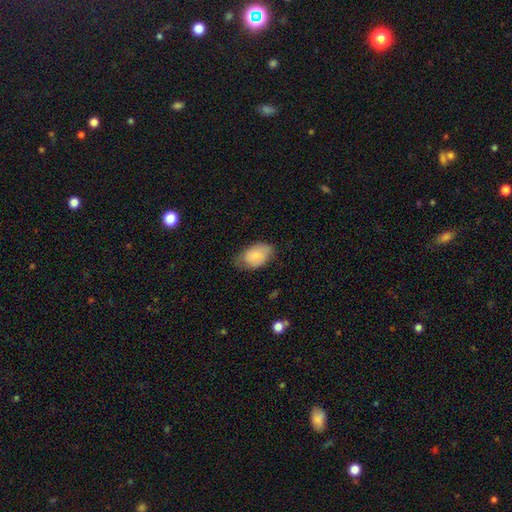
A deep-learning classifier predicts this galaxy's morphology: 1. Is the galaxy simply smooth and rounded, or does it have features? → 77% smooth, 16% featured or disk, 6% star or artifact.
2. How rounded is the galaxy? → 89% in between, 10% round, 1% cigar-shaped.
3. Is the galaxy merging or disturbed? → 57% none, 33% minor disturbance, 8% major disturbance, 1% merger.